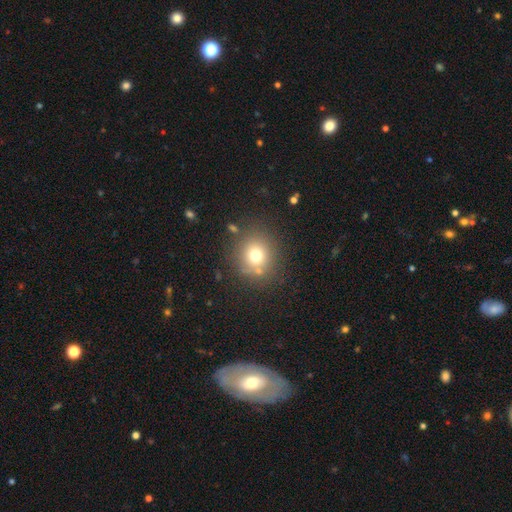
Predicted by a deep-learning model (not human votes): The model was most divided on "smooth or featured": smooth: 73%, star or artifact: 15%, featured or disk: 13%. More confident: how rounded — round (85%); merging — none (79%).